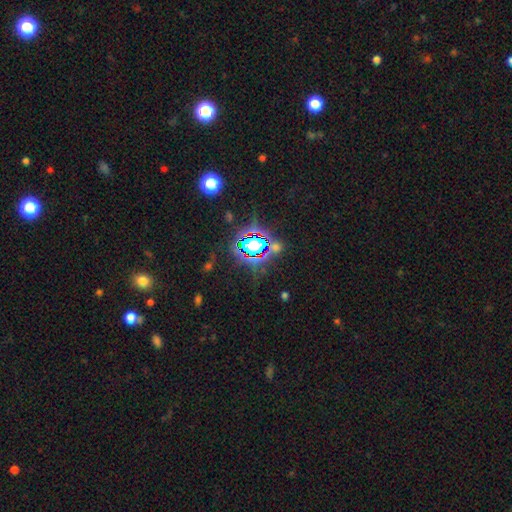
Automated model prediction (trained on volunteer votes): Smooth or featured: star or artifact — 80% (smooth — 13%)